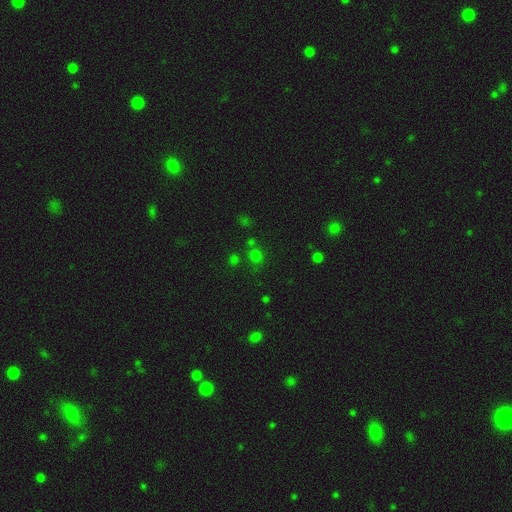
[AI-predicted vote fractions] This appears to be a smooth galaxy with no disk features (59%) that is round (87%). Merging: none (69%).